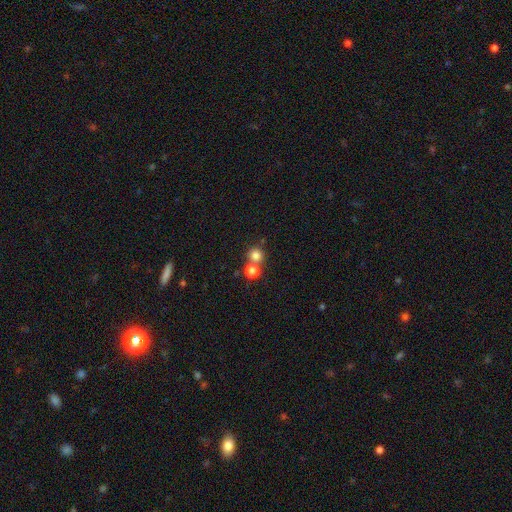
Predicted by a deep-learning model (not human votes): Smooth or featured?
  - smooth: 79% *
  - star or artifact: 14%
  - featured or disk: 7%
How rounded?
  - round: 92% *
  - in between: 7%
  - cigar-shaped: 1%
Merging?
  - none: 63% *
  - merger: 29%
  - minor disturbance: 6%
  - major disturbance: 3%